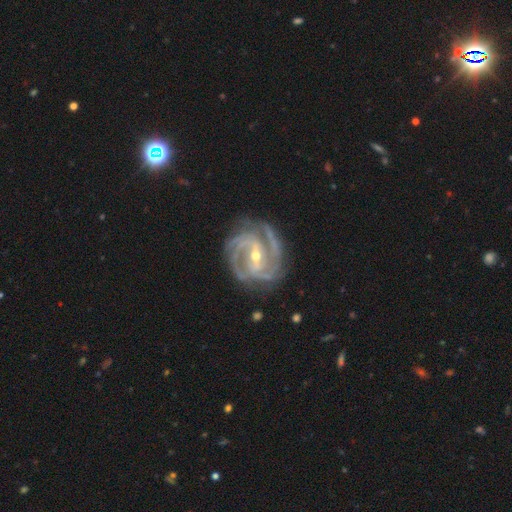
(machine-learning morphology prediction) type=featured or disk (92%); edge-on=no (97%); bar=strong (51%); spiral arms=yes (98%); winding=tight (52%); arm count=2 (37%); bulge=small (58%); merging=none (75%).